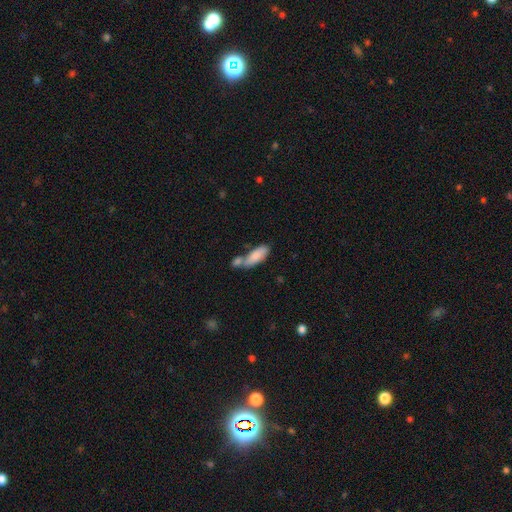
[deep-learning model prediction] smooth_or_featured: smooth (p=0.82) [alt: featured or disk p=0.12]
how_rounded: in between (p=0.71) [alt: cigar-shaped p=0.27]
merging: merger (p=0.41) [alt: none p=0.40]